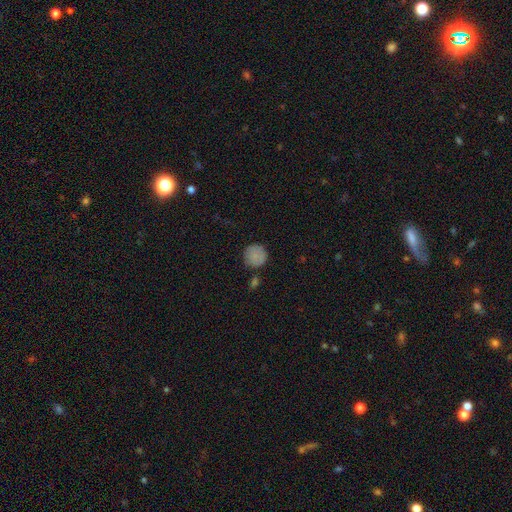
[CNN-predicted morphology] Smooth or featured? smooth (82%)
How rounded? round (93%)
Merging? none (73%)